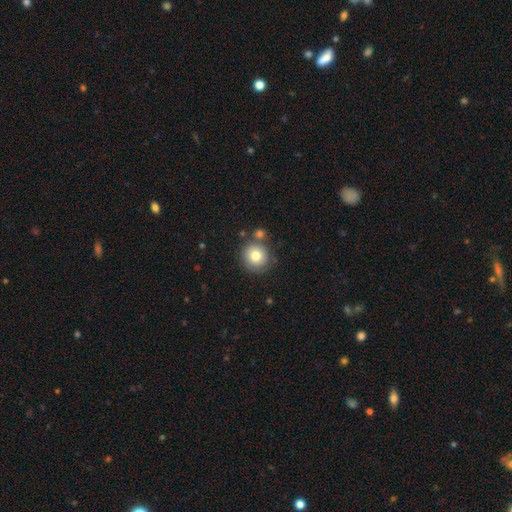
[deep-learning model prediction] Q: Smooth or featured?
A: smooth (77%); runner-up: featured or disk (13%)
Q: How rounded?
A: round (93%); runner-up: in between (7%)
Q: Merging?
A: none (72%); runner-up: merger (12%)